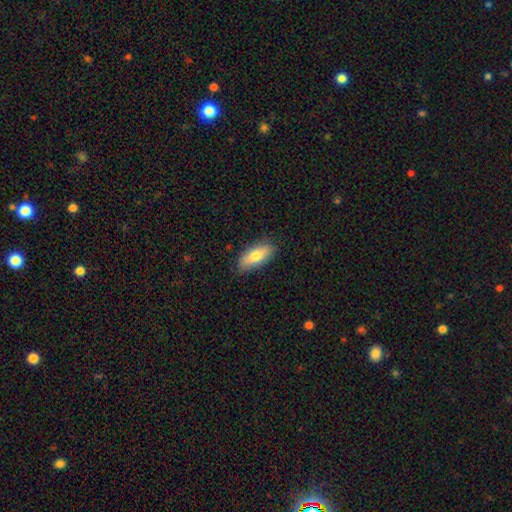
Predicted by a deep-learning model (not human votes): smooth-or-featured: smooth: 75% | featured or disk: 19% | star or artifact: 6%
  how-rounded: in between: 80% | cigar-shaped: 17% | round: 3%
  merging: none: 84% | minor disturbance: 12% | major disturbance: 2% | merger: 1%